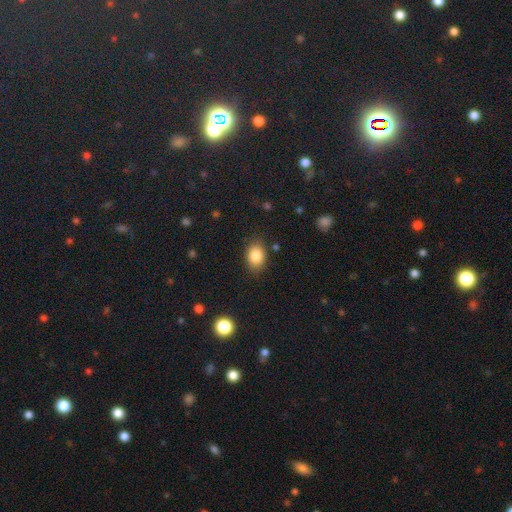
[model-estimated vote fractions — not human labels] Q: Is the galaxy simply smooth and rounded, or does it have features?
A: smooth — 85%.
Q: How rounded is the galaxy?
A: in between — 73%.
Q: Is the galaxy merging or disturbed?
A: none — 81%.